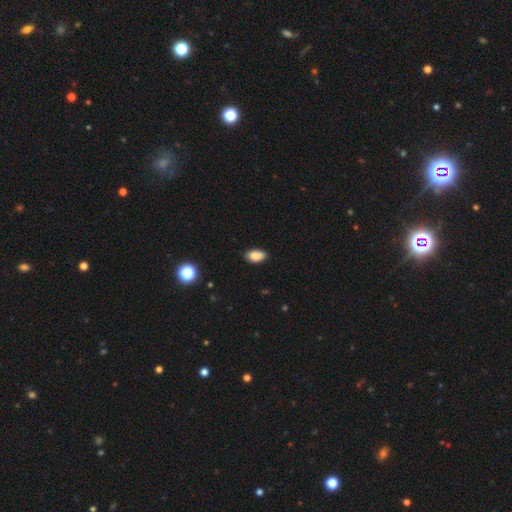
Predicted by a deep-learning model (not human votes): Smooth or featured? Predicted: smooth (p=0.87). How rounded? Predicted: in between (p=0.92). Merging? Predicted: none (p=0.86).